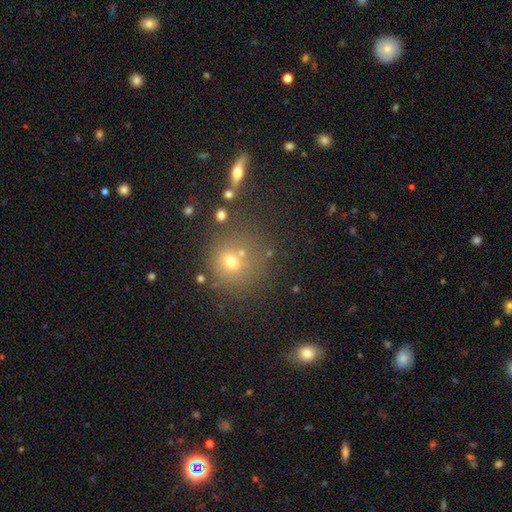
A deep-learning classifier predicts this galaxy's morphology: Q: Smooth or featured?
A: smooth (53%); runner-up: star or artifact (36%)
Q: How rounded?
A: round (91%); runner-up: in between (7%)
Q: Merging?
A: none (80%); runner-up: minor disturbance (10%)